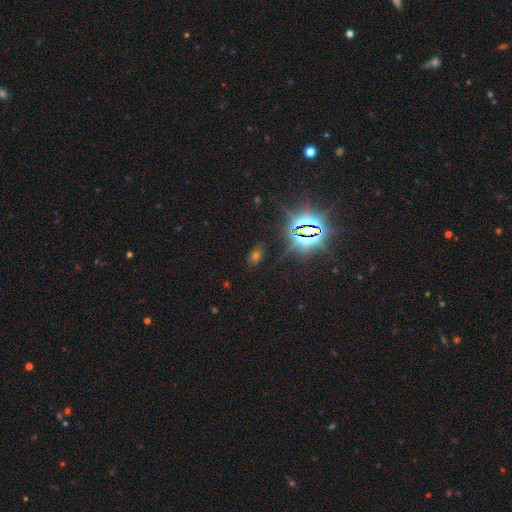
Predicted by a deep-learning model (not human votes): Smooth or featured? Predicted: star or artifact (p=0.57).